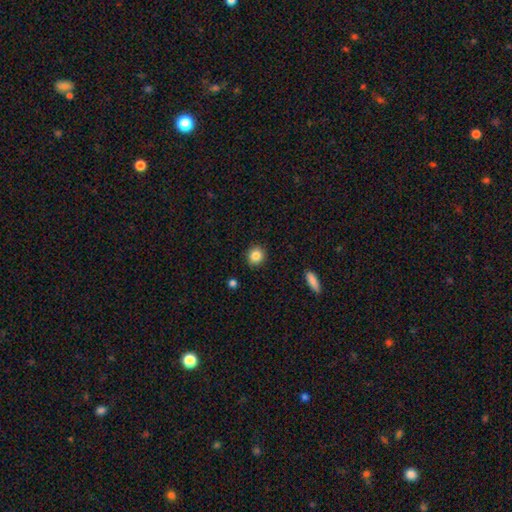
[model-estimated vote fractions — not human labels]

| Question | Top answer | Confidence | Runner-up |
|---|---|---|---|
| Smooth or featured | smooth | 84% | star or artifact (10%) |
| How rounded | round | 86% | in between (13%) |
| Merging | none | 91% | minor disturbance (6%) |